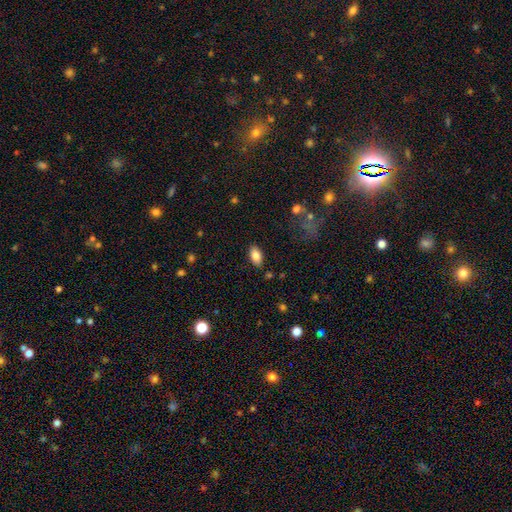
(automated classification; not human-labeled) Smooth or featured?
  - smooth: 83% *
  - featured or disk: 9%
  - star or artifact: 8%
How rounded?
  - in between: 92% *
  - round: 4%
  - cigar-shaped: 4%
Merging?
  - none: 85% *
  - minor disturbance: 10%
  - major disturbance: 3%
  - merger: 2%